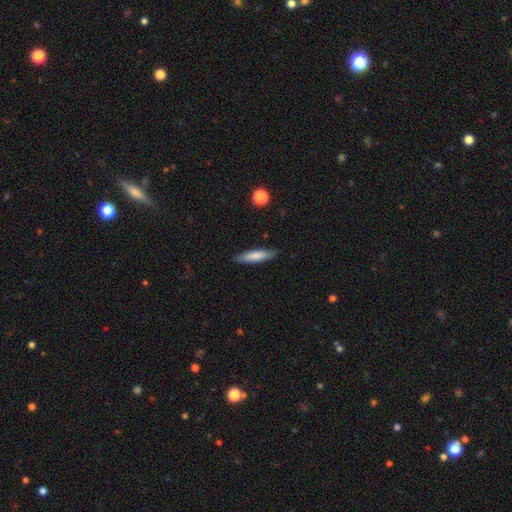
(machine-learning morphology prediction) type=smooth (75%); roundness=cigar-shaped (83%); merging=none (86%).